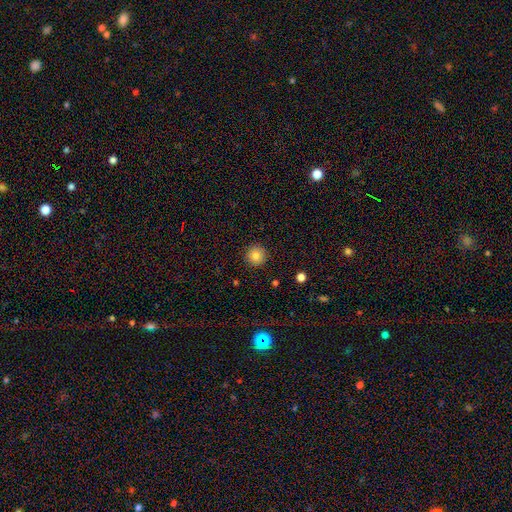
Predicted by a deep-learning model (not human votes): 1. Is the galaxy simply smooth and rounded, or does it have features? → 83% smooth, 10% star or artifact, 7% featured or disk.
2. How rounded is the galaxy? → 95% round, 4% in between, 1% cigar-shaped.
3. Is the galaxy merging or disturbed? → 92% none, 5% minor disturbance, 2% major disturbance, 1% merger.